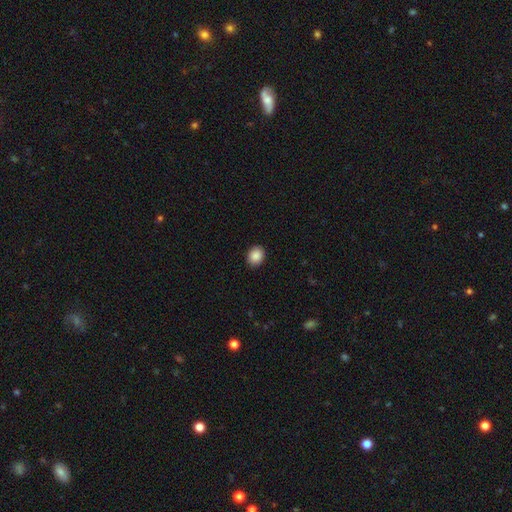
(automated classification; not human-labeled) Smooth or featured: smooth — 89% (star or artifact — 8%)
How rounded: round — 52% (in between — 47%)
Merging: none — 91% (minor disturbance — 7%)